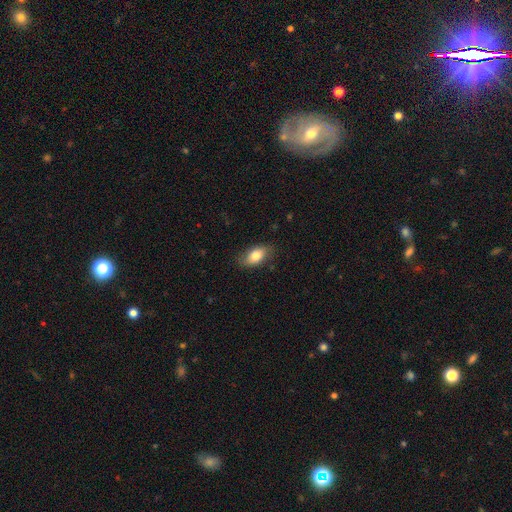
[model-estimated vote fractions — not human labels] A smooth galaxy with no disk features (78%) that is in between round and cigar-shaped (90%).

Vote fractions:
- Smooth or featured? smooth: 78% / featured or disk: 15% / star or artifact: 7%
- How rounded? in between: 90% / round: 6% / cigar-shaped: 4%
- Merging? none: 80% / minor disturbance: 15% / major disturbance: 4% / merger: 1%